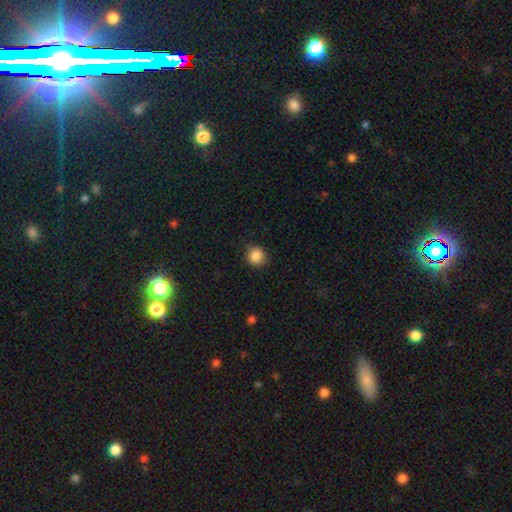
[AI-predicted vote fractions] This appears to be a smooth galaxy with no disk features (87%) that is round (89%). Merging: none (85%).